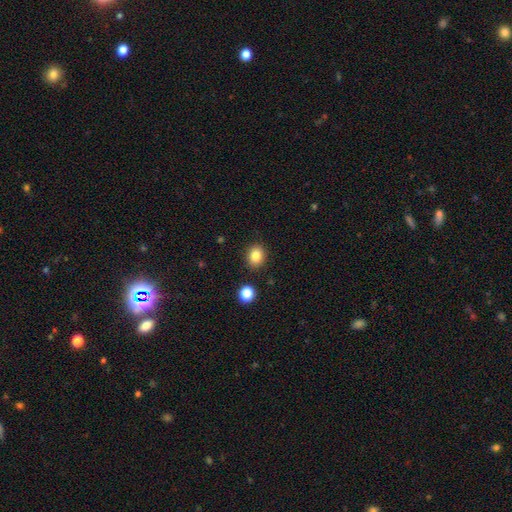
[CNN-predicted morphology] smooth-or-featured: smooth: 84% | star or artifact: 10% | featured or disk: 5%
  how-rounded: round: 62% | in between: 37% | cigar-shaped: 1%
  merging: none: 88% | minor disturbance: 7% | merger: 3% | major disturbance: 2%